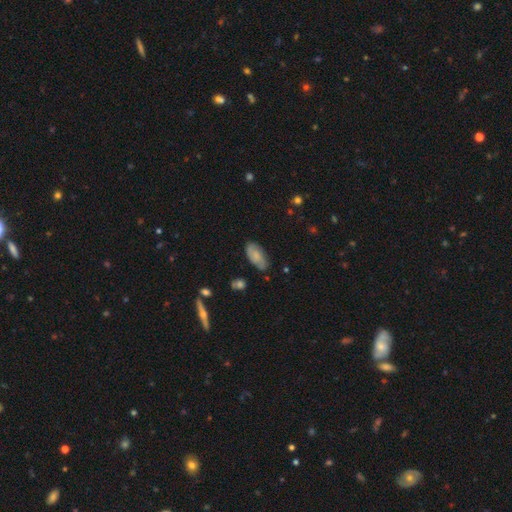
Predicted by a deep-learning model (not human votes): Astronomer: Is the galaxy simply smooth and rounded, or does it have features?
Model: smooth — 56% (runner-up: featured or disk, 36%).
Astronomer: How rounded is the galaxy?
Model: in between — 91%.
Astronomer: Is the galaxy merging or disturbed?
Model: none — 77%.